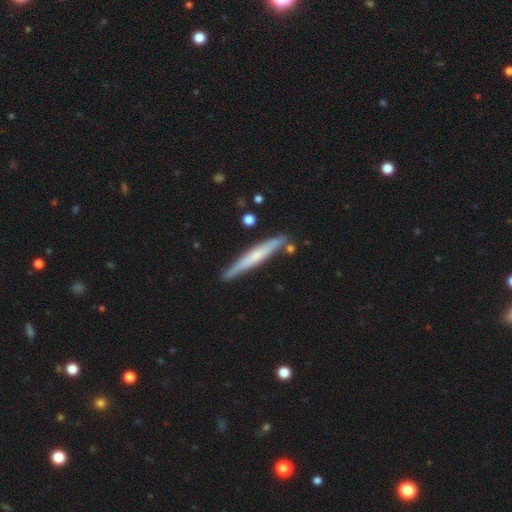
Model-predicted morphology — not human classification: Smooth or featured? Predicted: featured or disk (p=0.54). Edge-on disk? Predicted: yes (p=0.95). Edge-on bulge? Predicted: rounded (p=0.52). Merging? Predicted: none (p=0.83).